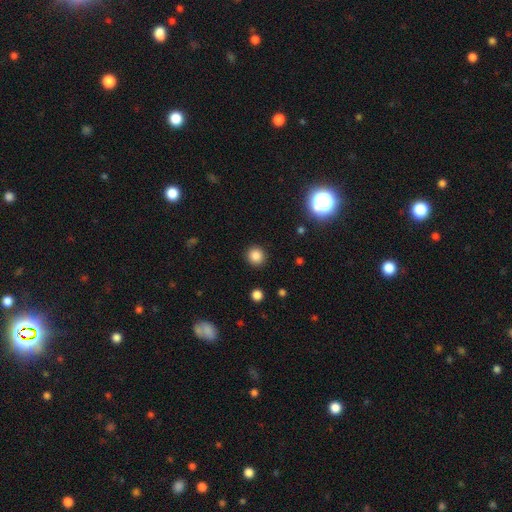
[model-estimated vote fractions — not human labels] smooth 85%, star or artifact 12%, featured or disk 4%. Down the decision tree: how rounded — round (92%); merging — none (91%).